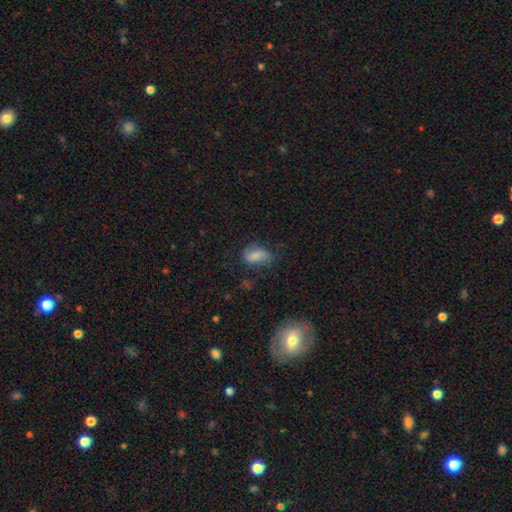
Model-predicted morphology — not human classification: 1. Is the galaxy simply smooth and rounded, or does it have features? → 74% smooth, 17% featured or disk, 9% star or artifact.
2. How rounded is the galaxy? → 88% in between, 8% round, 4% cigar-shaped.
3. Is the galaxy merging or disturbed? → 54% none, 30% minor disturbance, 13% major disturbance, 2% merger.